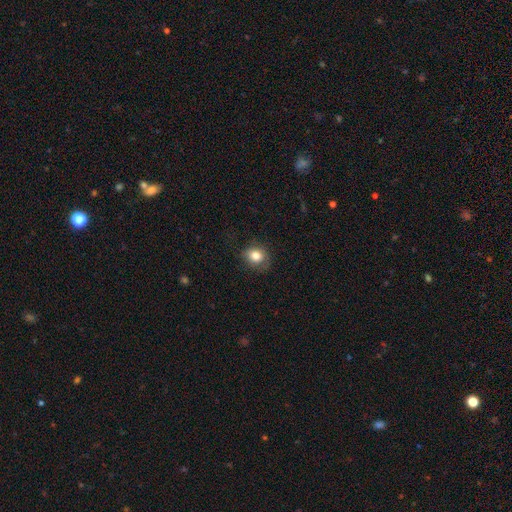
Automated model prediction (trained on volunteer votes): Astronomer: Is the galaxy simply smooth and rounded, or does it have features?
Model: smooth — 81%.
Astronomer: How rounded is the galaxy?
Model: round — 68%.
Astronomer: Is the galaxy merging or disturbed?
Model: none — 74%.